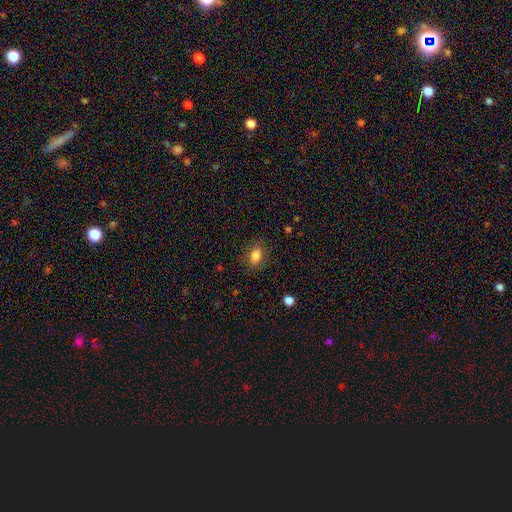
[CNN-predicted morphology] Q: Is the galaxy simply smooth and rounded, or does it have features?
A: smooth — 83%.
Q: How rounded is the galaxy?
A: in between — 79%.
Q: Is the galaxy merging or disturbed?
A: none — 83%.